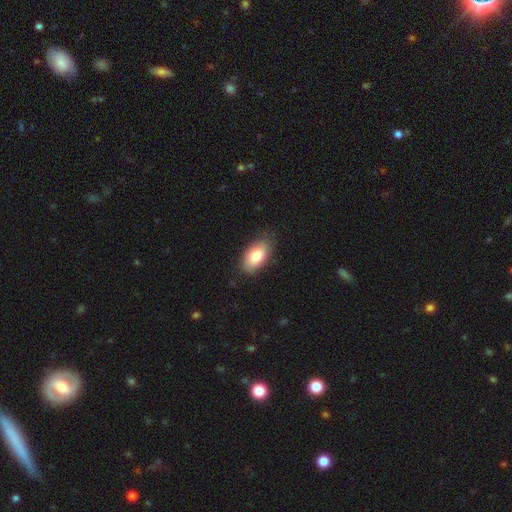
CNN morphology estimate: Smooth or featured? Predicted: smooth (p=0.81). How rounded? Predicted: in between (p=0.93). Merging? Predicted: none (p=0.81).